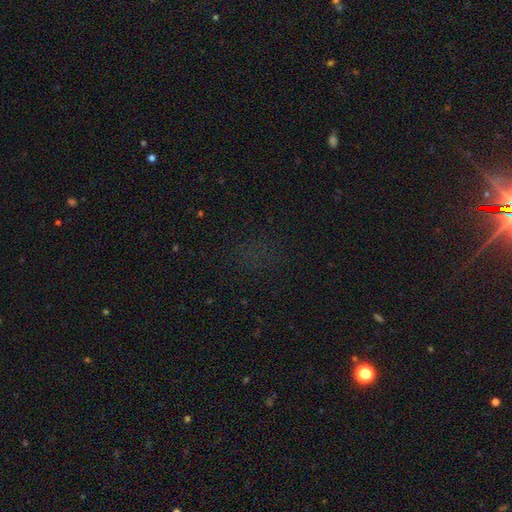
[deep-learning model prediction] Smooth or featured? star or artifact (65%)